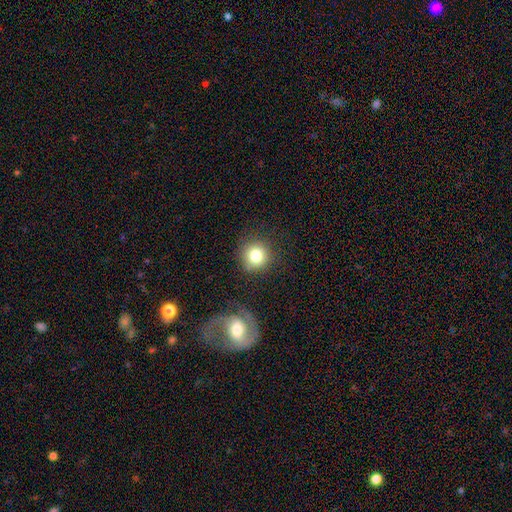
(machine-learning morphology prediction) smooth_or_featured: smooth (p=0.80) [alt: star or artifact p=0.10]
how_rounded: round (p=0.92) [alt: in between p=0.07]
merging: none (p=0.82) [alt: minor disturbance p=0.10]